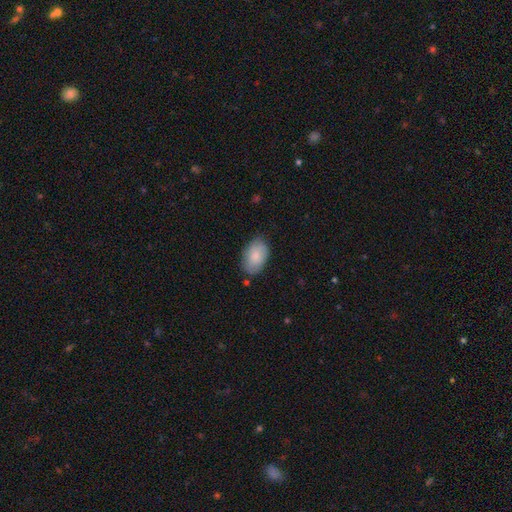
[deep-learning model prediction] Smooth or featured?
  - smooth: 82% *
  - featured or disk: 12%
  - star or artifact: 6%
How rounded?
  - in between: 91% *
  - round: 8%
  - cigar-shaped: 1%
Merging?
  - none: 76% *
  - minor disturbance: 19%
  - major disturbance: 4%
  - merger: 2%